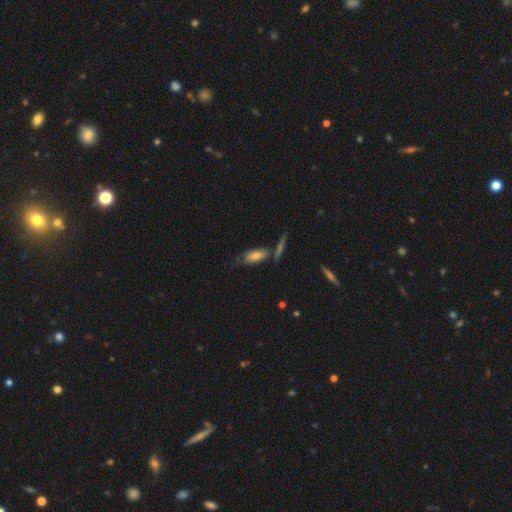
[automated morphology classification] Smooth or featured: smooth — 62% (featured or disk — 28%)
How rounded: in between — 78% (cigar-shaped — 18%)
Merging: none — 54% (minor disturbance — 20%)